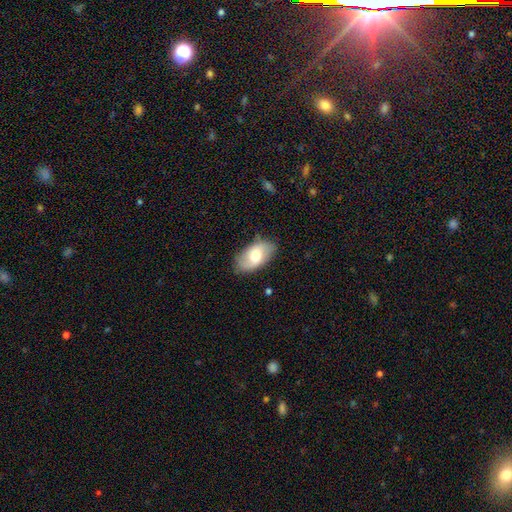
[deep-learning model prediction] smooth_or_featured: smooth (p=0.64) [alt: featured or disk p=0.30]
how_rounded: in between (p=0.94) [alt: round p=0.04]
merging: none (p=0.81) [alt: minor disturbance p=0.15]